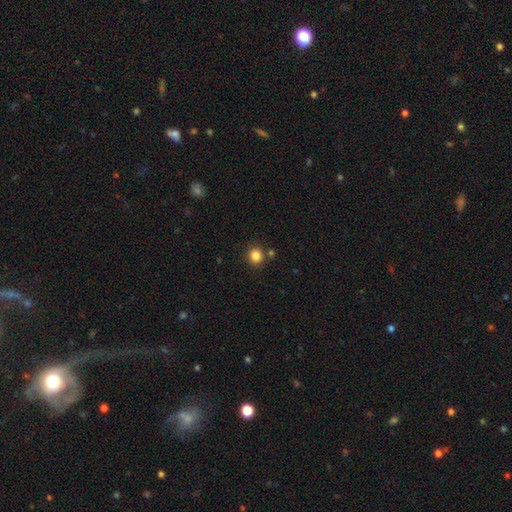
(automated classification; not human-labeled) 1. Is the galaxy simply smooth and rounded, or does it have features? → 85% smooth, 11% star or artifact, 4% featured or disk.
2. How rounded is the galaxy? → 81% round, 18% in between, 1% cigar-shaped.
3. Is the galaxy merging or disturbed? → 82% none, 8% minor disturbance, 7% merger, 3% major disturbance.